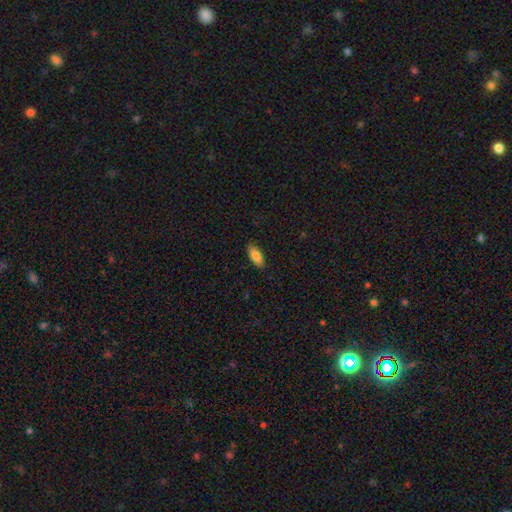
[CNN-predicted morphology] A smooth galaxy with no disk features (83%) that is in between round and cigar-shaped (83%).

Vote fractions:
- Smooth or featured? smooth: 83% / featured or disk: 10% / star or artifact: 7%
- How rounded? in between: 83% / cigar-shaped: 15% / round: 2%
- Merging? none: 88% / minor disturbance: 9% / major disturbance: 2% / merger: 1%